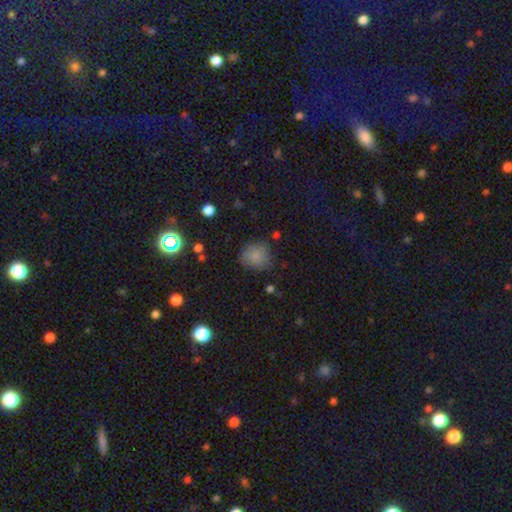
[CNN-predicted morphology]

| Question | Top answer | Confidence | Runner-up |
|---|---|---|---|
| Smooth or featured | smooth | 81% | star or artifact (11%) |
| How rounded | round | 81% | in between (18%) |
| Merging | none | 74% | minor disturbance (18%) |